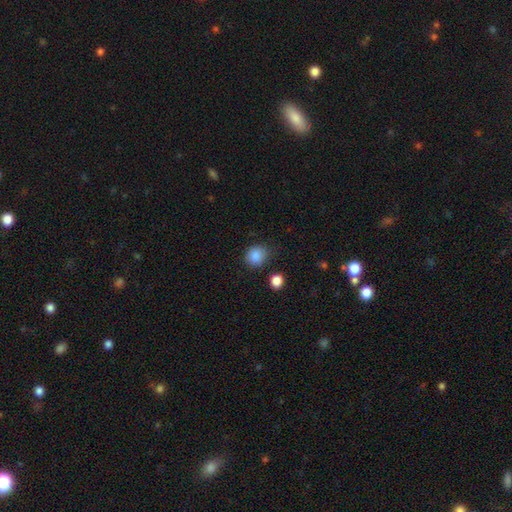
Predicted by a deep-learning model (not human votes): The model was most divided on "how rounded": round: 77%, in between: 22%, cigar-shaped: 1%. More confident: smooth or featured — smooth (87%); merging — none (77%).